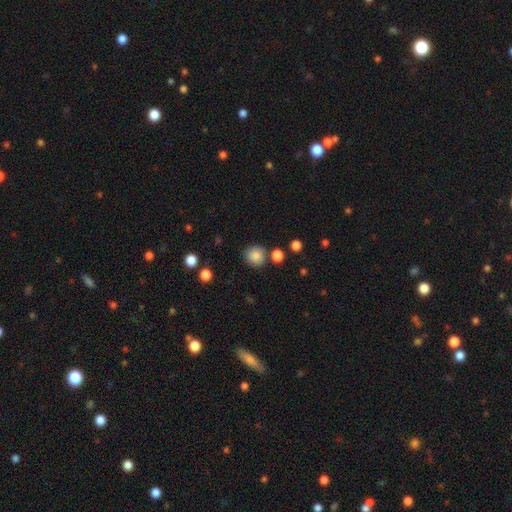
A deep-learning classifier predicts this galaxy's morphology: Smooth or featured: smooth — 86% (star or artifact — 10%)
How rounded: round — 89% (in between — 10%)
Merging: none — 78% (minor disturbance — 10%)